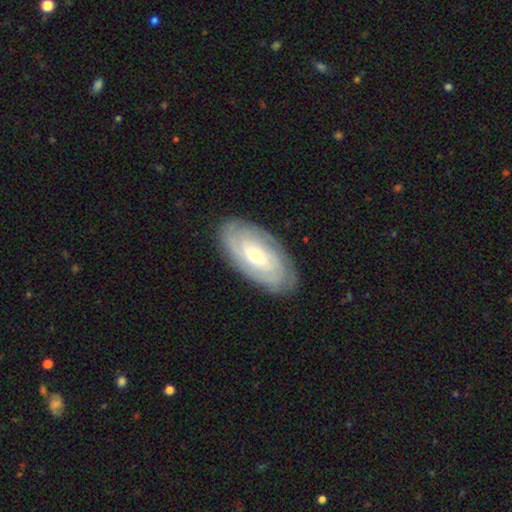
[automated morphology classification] A featured or disk galaxy (75%) with no bar (61%), tight (76%) spiral arms (88%) and a small central bulge (51%).

Vote fractions:
- Smooth or featured? featured or disk: 75% / smooth: 20% / star or artifact: 6%
- Edge-on disk? no: 92% / yes: 8%
- Bar? no: 61% / weak: 30% / strong: 9%
- Spiral arms? yes: 88% / no: 12%
- Spiral winding? tight: 76% / medium: 19% / loose: 5%
- Spiral arm count? can't tell: 49% / 2: 20% / 3: 13% / 4: 9% / more than 4: 5% / 1: 4%
- Bulge size? small: 51% / moderate: 45% / large: 2% / none: 1% / dominant: 1%
- Merging? none: 84% / minor disturbance: 12% / major disturbance: 3% / merger: 1%